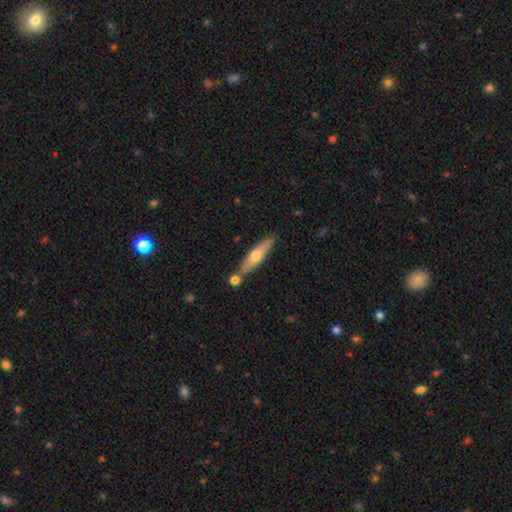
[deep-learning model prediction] Smooth or featured?
  - smooth: 49% *
  - featured or disk: 45%
  - star or artifact: 6%
Merging?
  - none: 76% *
  - minor disturbance: 11%
  - merger: 11%
  - major disturbance: 2%